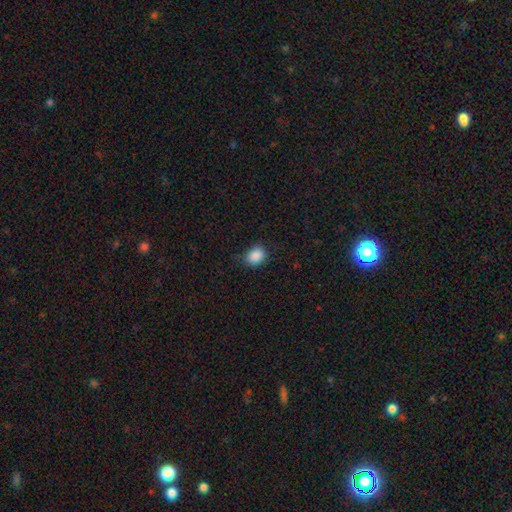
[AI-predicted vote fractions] This is clearly a smooth galaxy (87%). How rounded: possibly in between (58%). Merging: likely none (75%).